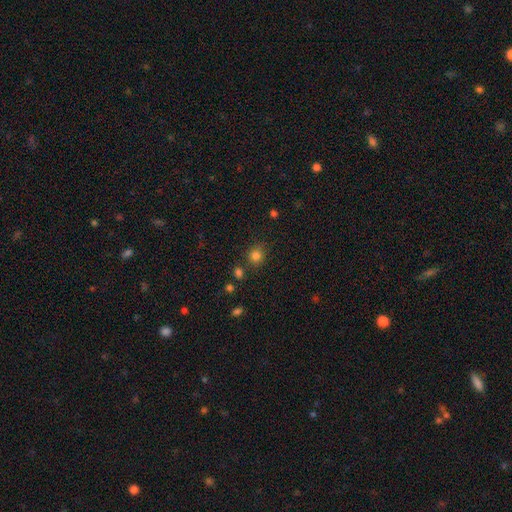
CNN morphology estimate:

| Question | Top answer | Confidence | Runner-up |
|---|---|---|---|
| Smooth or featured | smooth | 81% | star or artifact (14%) |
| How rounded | round | 85% | in between (14%) |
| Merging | none | 78% | minor disturbance (12%) |